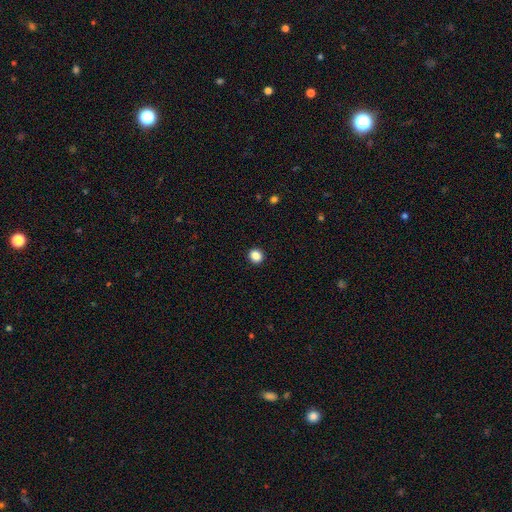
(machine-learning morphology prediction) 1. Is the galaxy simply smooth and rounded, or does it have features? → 87% smooth, 10% star or artifact, 3% featured or disk.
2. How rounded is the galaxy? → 81% round, 18% in between, 1% cigar-shaped.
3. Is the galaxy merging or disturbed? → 92% none, 5% minor disturbance, 2% major disturbance, 1% merger.